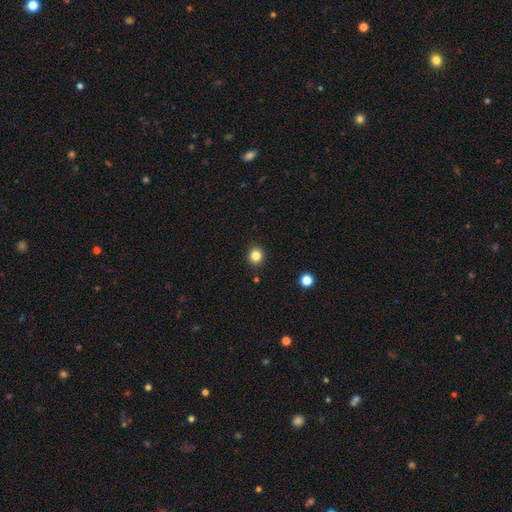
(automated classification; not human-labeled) A smooth galaxy with no disk features (83%) that is round (89%).

Vote fractions:
- Smooth or featured? smooth: 83% / star or artifact: 12% / featured or disk: 5%
- How rounded? round: 89% / in between: 10% / cigar-shaped: 1%
- Merging? none: 91% / minor disturbance: 6% / major disturbance: 2% / merger: 2%